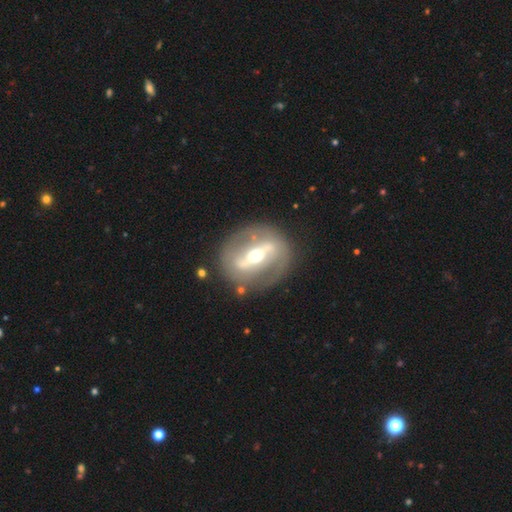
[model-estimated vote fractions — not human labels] A featured or disk galaxy (79%) with a strong bar (71%), spiral arms (54%) and a moderate central bulge (65%).

Vote fractions:
- Smooth or featured? featured or disk: 79% / smooth: 15% / star or artifact: 6%
- Edge-on disk? no: 89% / yes: 11%
- Bar? strong: 71% / weak: 19% / no: 10%
- Spiral arms? yes: 54% / no: 46%
- Bulge size? moderate: 65% / small: 26% / large: 7% / dominant: 1% / none: 1%
- Merging? none: 81% / minor disturbance: 11% / major disturbance: 5% / merger: 2%